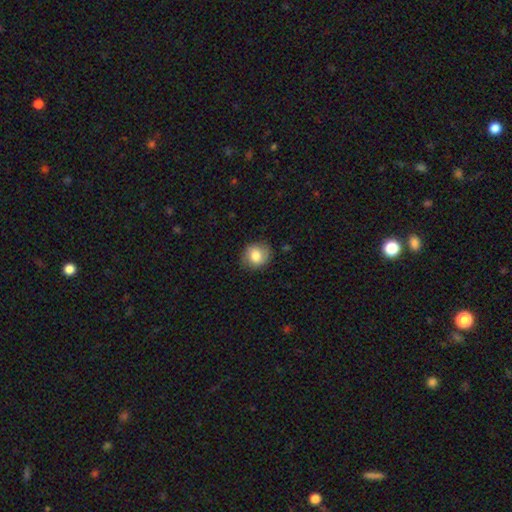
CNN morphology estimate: Overall: smooth (77%). How rounded: round (74%). Merging: none (81%).